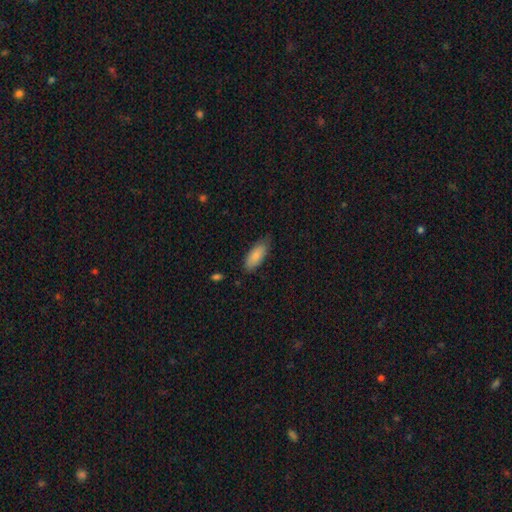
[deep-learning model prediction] Smooth or featured?
  - smooth: 86% *
  - featured or disk: 8%
  - star or artifact: 6%
How rounded?
  - in between: 81% *
  - cigar-shaped: 17%
  - round: 2%
Merging?
  - none: 71% *
  - minor disturbance: 24%
  - major disturbance: 4%
  - merger: 2%